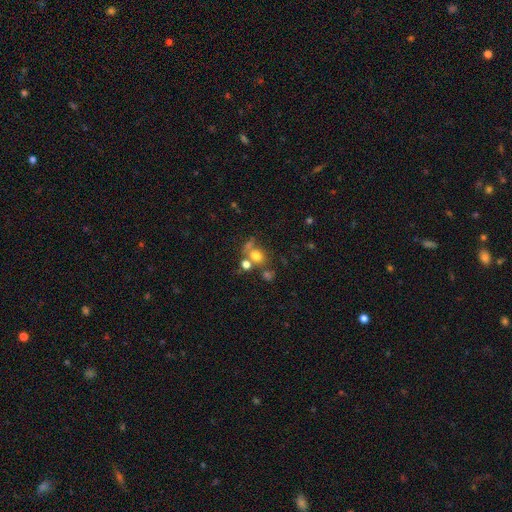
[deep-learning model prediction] A smooth galaxy with no disk features (68%) that is round (66%). Merging: none (45%).